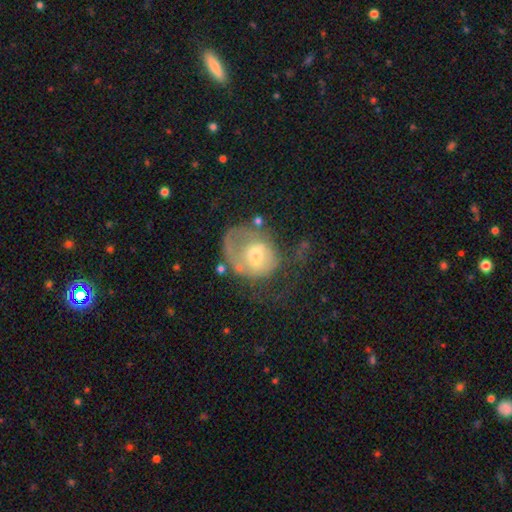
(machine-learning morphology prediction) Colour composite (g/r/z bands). It shows a featured or disk galaxy (54%) with no bar (65%), spiral arms (53%) and a moderate central bulge (57%). Merging: major disturbance (48%).